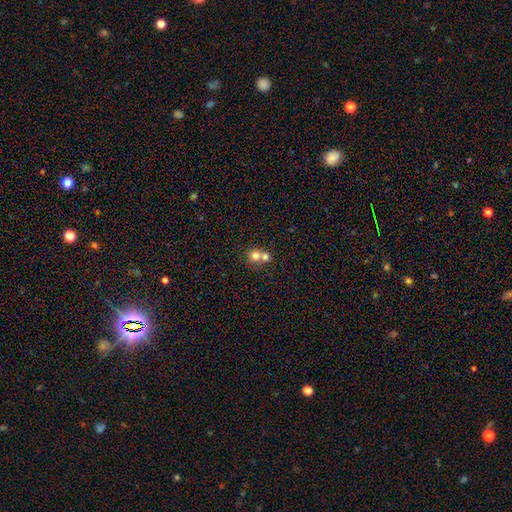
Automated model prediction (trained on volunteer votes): Smooth or featured? smooth (75%)
How rounded? round (84%)
Merging? merger (63%)